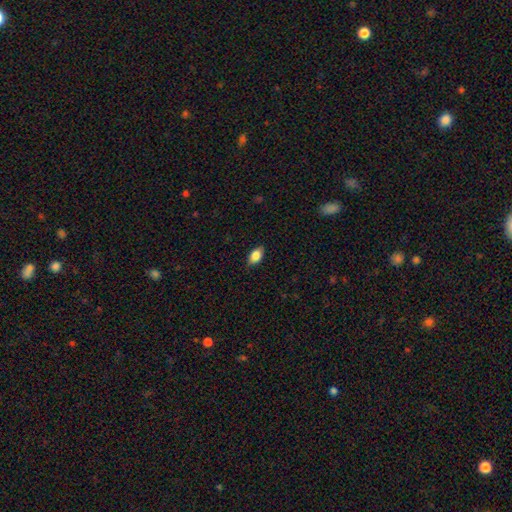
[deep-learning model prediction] Smooth or featured? Predicted: smooth (p=0.85). How rounded? Predicted: in between (p=0.90). Merging? Predicted: none (p=0.85).